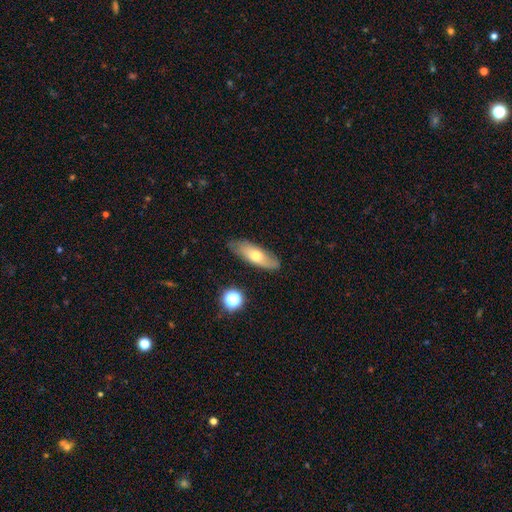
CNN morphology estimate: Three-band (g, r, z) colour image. It shows a smooth galaxy with no disk features (57%) that is in between round and cigar-shaped (57%). Merging: none (79%).